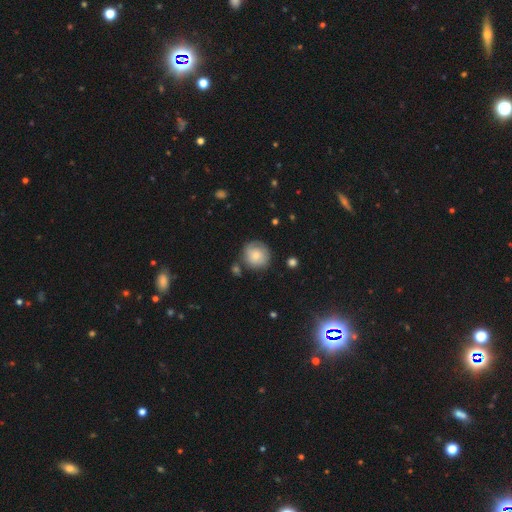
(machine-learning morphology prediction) smooth-or-featured: smooth: 74% | featured or disk: 19% | star or artifact: 7%
  how-rounded: round: 89% | in between: 10% | cigar-shaped: 1%
  merging: none: 72% | minor disturbance: 18% | major disturbance: 5% | merger: 5%